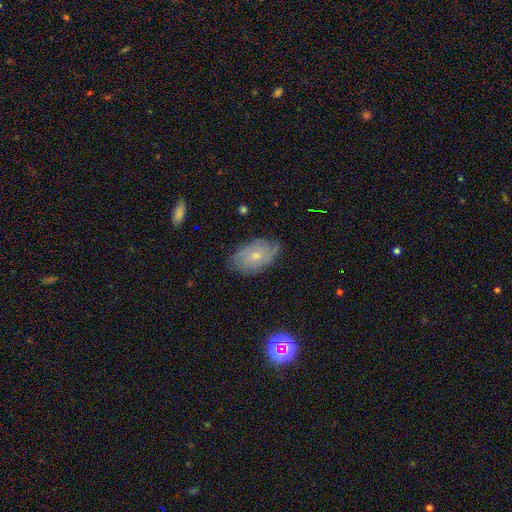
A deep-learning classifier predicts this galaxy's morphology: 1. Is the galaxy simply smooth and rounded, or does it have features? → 49% smooth, 41% featured or disk, 9% star or artifact.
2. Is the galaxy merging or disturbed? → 73% none, 21% minor disturbance, 5% major disturbance, 1% merger.